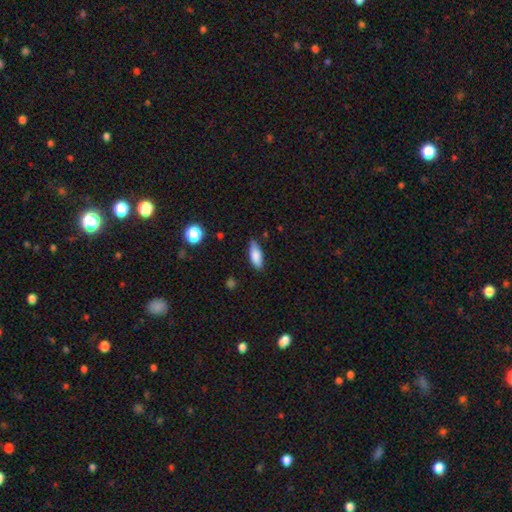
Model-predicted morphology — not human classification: Smooth or featured: smooth — 82% (featured or disk — 11%)
How rounded: in between — 73% (cigar-shaped — 24%)
Merging: none — 76% (minor disturbance — 20%)